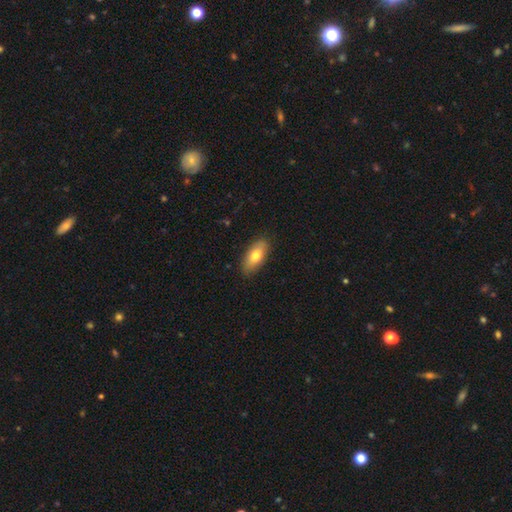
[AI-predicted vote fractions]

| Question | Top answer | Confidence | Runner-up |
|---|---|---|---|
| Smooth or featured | smooth | 73% | featured or disk (21%) |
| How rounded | in between | 86% | cigar-shaped (11%) |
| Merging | none | 86% | minor disturbance (11%) |